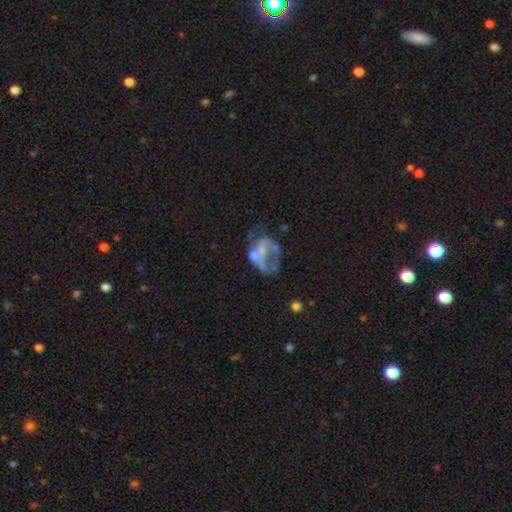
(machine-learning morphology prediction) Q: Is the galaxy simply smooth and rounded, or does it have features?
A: featured or disk — 61%.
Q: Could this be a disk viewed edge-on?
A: no — 98%.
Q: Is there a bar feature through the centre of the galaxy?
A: no — 85%.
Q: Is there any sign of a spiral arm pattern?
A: no — 82%.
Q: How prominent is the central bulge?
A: none — 54%.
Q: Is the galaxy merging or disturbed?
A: major disturbance — 38%.